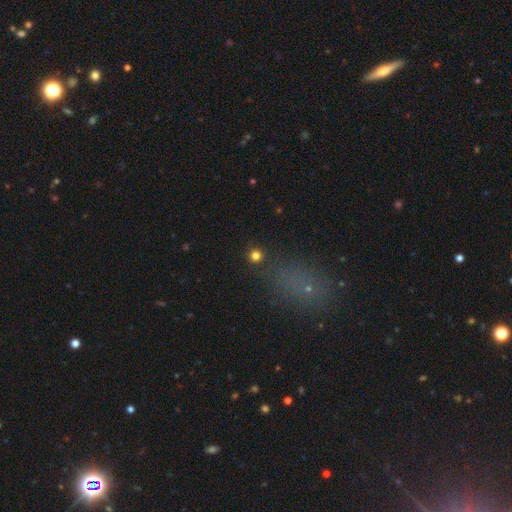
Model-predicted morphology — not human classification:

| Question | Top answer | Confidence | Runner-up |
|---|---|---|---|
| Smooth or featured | smooth | 78% | star or artifact (17%) |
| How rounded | round | 95% | in between (4%) |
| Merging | none | 89% | minor disturbance (5%) |